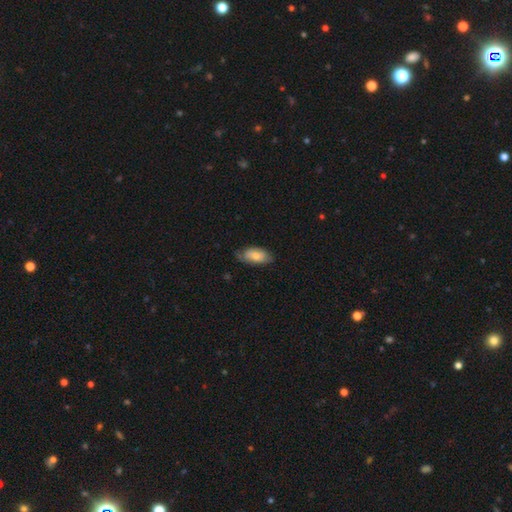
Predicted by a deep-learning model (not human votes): Overall: smooth (74%). How rounded: in between (92%). Merging: none (64%; minor disturbance 29%).